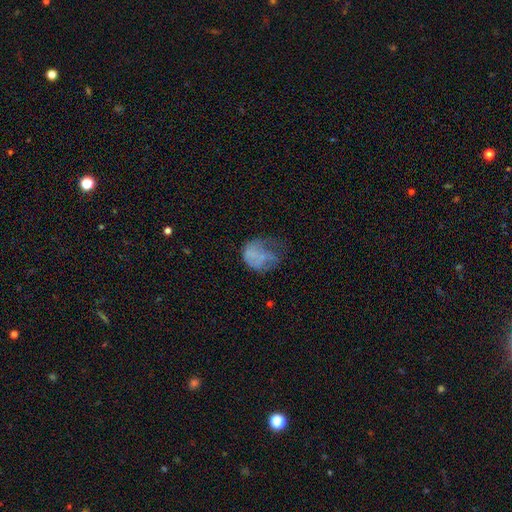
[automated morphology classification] A smooth galaxy with no disk features (55%) that is round (51%).

Vote fractions:
- Smooth or featured? smooth: 55% / featured or disk: 32% / star or artifact: 13%
- How rounded? round: 51% / in between: 48% / cigar-shaped: 1%
- Merging? major disturbance: 44% / minor disturbance: 26% / none: 26% / merger: 4%